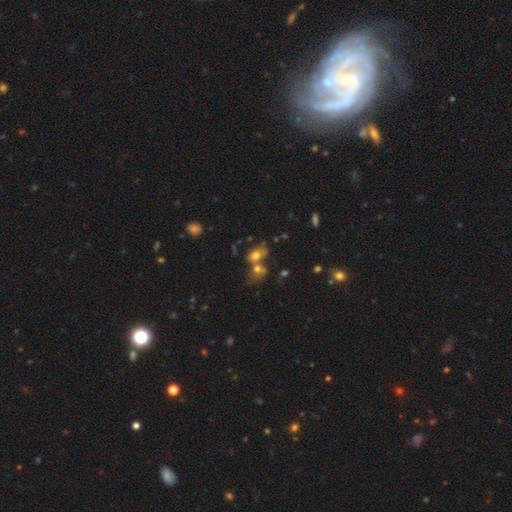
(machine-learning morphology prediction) Smooth or featured? smooth (67%)
How rounded? in between (69%)
Merging? merger (57%)